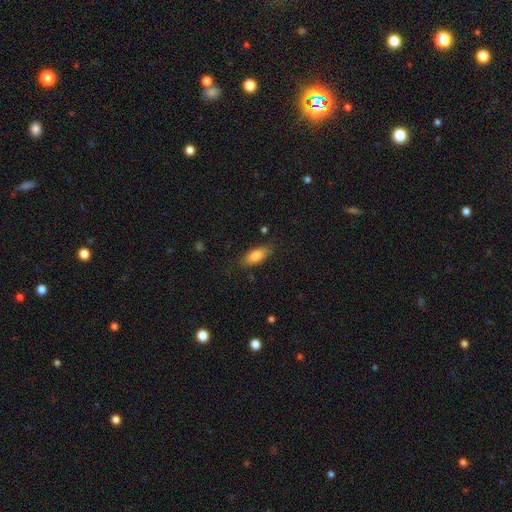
Q: Smooth or featured?
A: smooth (84%); runner-up: featured or disk (16%)
Q: How rounded?
A: in between (88%); runner-up: cigar-shaped (12%)
Q: Merging?
A: none (84%); runner-up: minor disturbance (8%)